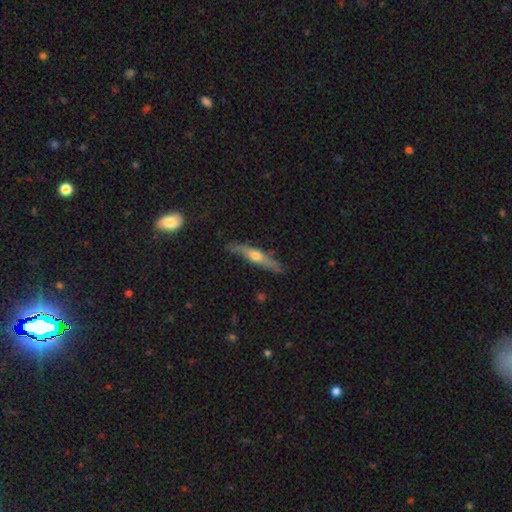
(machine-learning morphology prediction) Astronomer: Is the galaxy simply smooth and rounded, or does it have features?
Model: featured or disk — 55% (runner-up: smooth, 39%).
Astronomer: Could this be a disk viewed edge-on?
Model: yes — 89%.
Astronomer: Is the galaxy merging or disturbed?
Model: none — 80%.